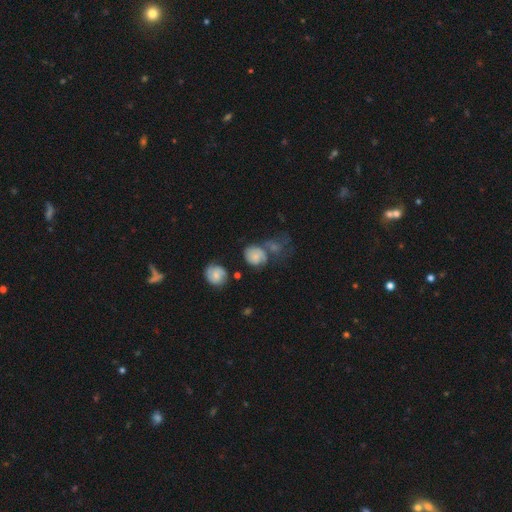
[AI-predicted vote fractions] The model was most divided on "smooth or featured": smooth: 52%, featured or disk: 37%, star or artifact: 11%. Remaining: how rounded — round (68%); merging — none (44%).